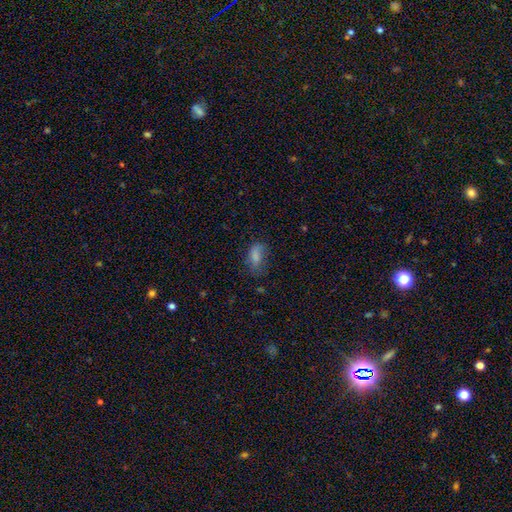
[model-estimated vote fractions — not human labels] smooth-or-featured: smooth: 80% | featured or disk: 10% | star or artifact: 9%
  how-rounded: in between: 89% | round: 6% | cigar-shaped: 5%
  merging: none: 55% | minor disturbance: 29% | major disturbance: 14% | merger: 2%